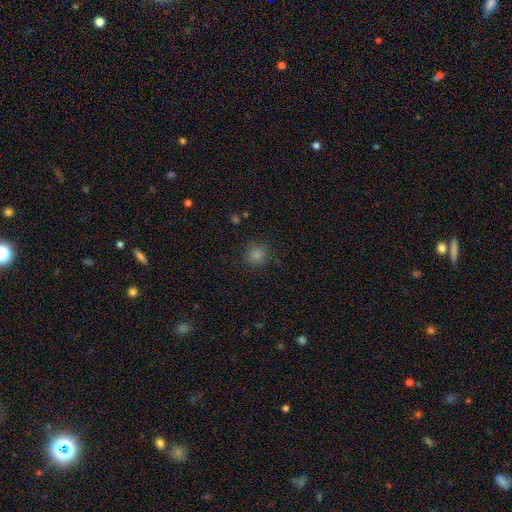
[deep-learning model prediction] Morphology: type=smooth (75%); roundness=round (91%); merging=none (88%).